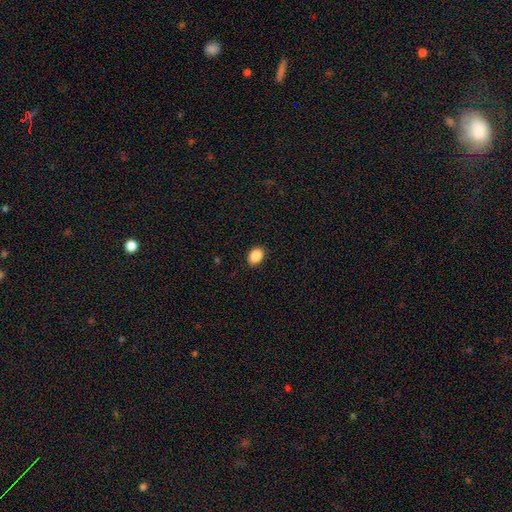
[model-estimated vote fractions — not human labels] The model was most divided on "how rounded": in between: 75%, round: 24%, cigar-shaped: 1%. More confident: merging — none (89%); smooth or featured — smooth (88%).